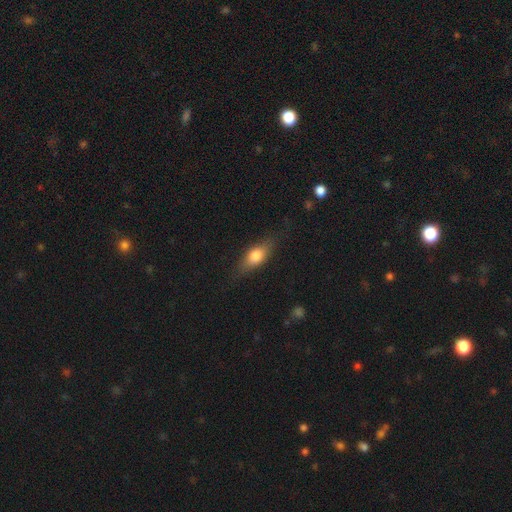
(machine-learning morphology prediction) type=smooth (68%); roundness=in between (70%); merging=none (76%).